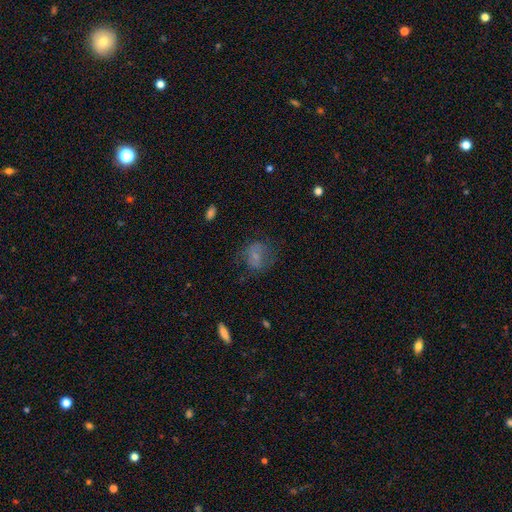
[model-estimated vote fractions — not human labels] Q: Smooth or featured?
A: smooth (63%); runner-up: featured or disk (23%)
Q: How rounded?
A: round (55%); runner-up: in between (43%)
Q: Merging?
A: none (59%); runner-up: minor disturbance (21%)